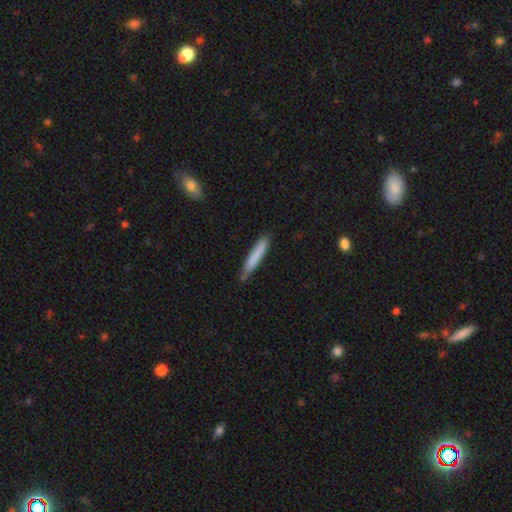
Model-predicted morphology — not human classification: A smooth galaxy with no disk features (80%) that is cigar-shaped (94%). Merging: none (80%).